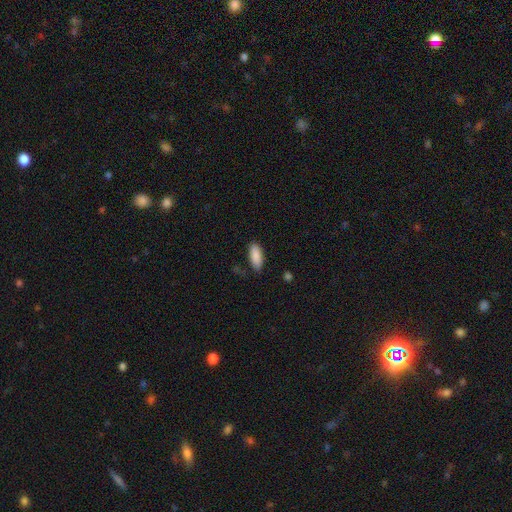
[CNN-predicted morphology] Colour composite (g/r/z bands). It shows a smooth galaxy with no disk features (89%) that is in between round and cigar-shaped (81%). Merging: none (82%).